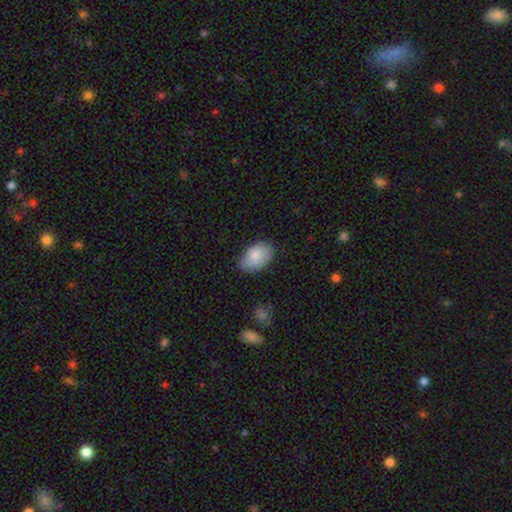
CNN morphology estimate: smooth-or-featured: smooth: 83% | featured or disk: 10% | star or artifact: 6%
  how-rounded: in between: 90% | round: 8% | cigar-shaped: 1%
  merging: none: 75% | minor disturbance: 20% | major disturbance: 3% | merger: 1%